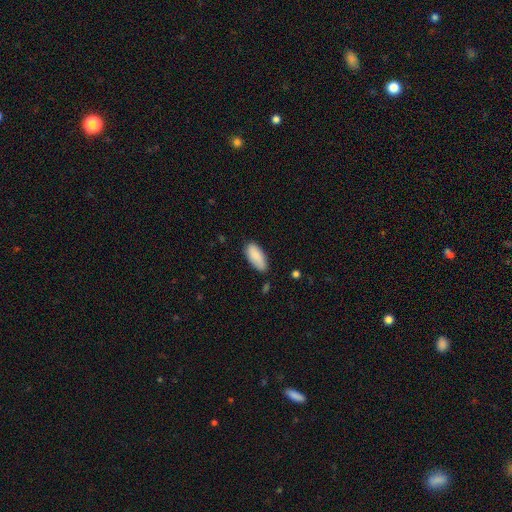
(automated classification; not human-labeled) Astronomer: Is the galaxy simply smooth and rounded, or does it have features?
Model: smooth — 88%.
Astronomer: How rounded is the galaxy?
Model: in between — 86%.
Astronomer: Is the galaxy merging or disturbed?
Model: none — 76%.